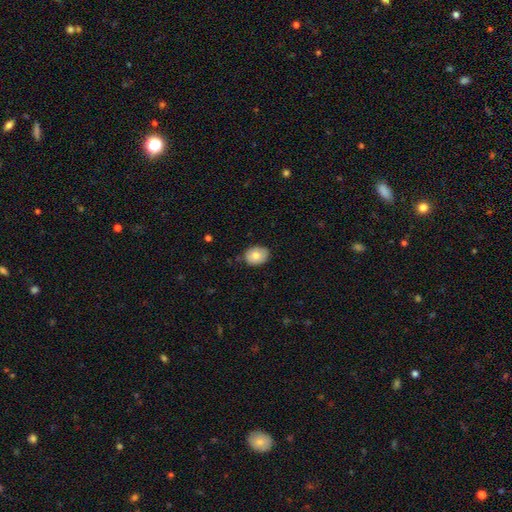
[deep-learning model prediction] This appears to be a smooth galaxy with no disk features (79%) that is in between round and cigar-shaped (59%). Merging: none (79%).